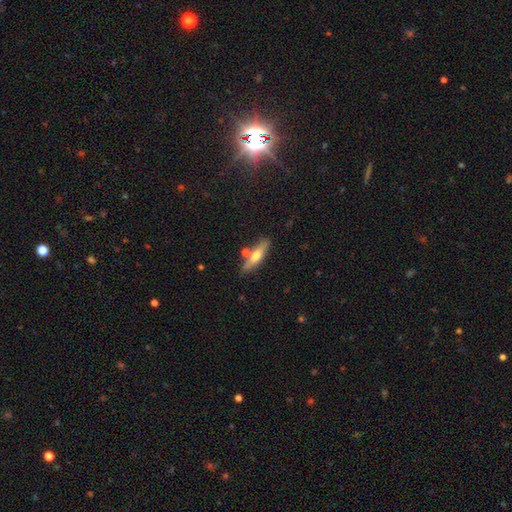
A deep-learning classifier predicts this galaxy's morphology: A smooth galaxy with no disk features (53%) that is cigar-shaped (71%).

Vote fractions:
- Smooth or featured? smooth: 53% / featured or disk: 41% / star or artifact: 6%
- How rounded? cigar-shaped: 71% / in between: 26% / round: 3%
- Merging? none: 74% / minor disturbance: 12% / merger: 11% / major disturbance: 3%